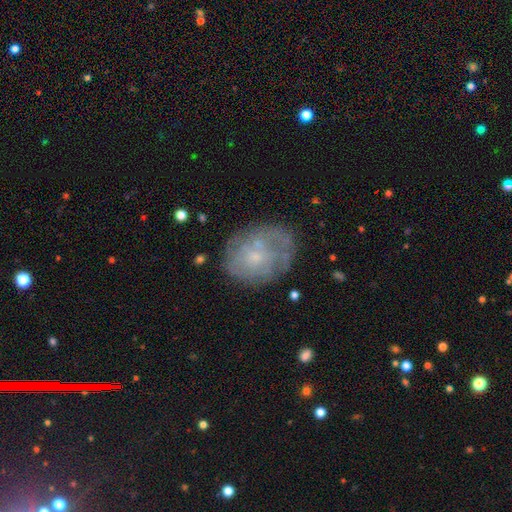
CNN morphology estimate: smooth-or-featured: featured or disk: 55% | smooth: 36% | star or artifact: 9%
  disk-edge-on: no: 97% | yes: 3%
    bar: no: 84% | weak: 14% | strong: 2%
    has-spiral-arms: no: 52% | yes: 48%
    bulge-size: small: 70% | moderate: 19% | none: 8% | large: 1% | dominant: 1%
  merging: none: 60% | minor disturbance: 23% | major disturbance: 12% | merger: 5%